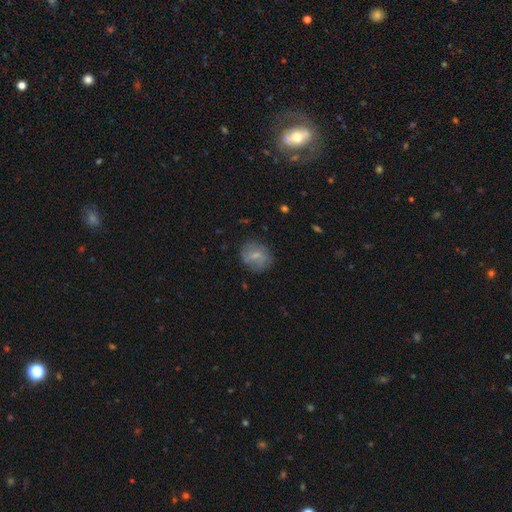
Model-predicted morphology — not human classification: Smooth or featured: smooth — 60% (featured or disk — 31%)
How rounded: round — 67% (in between — 32%)
Merging: none — 74% (minor disturbance — 18%)